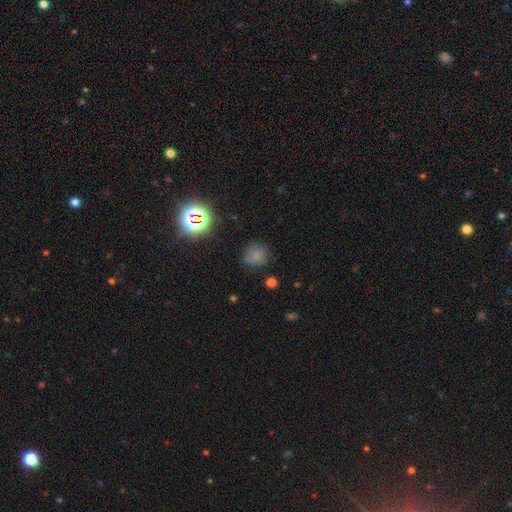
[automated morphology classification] Smooth or featured? Predicted: smooth (p=0.71). How rounded? Predicted: round (p=0.85). Merging? Predicted: none (p=0.75).